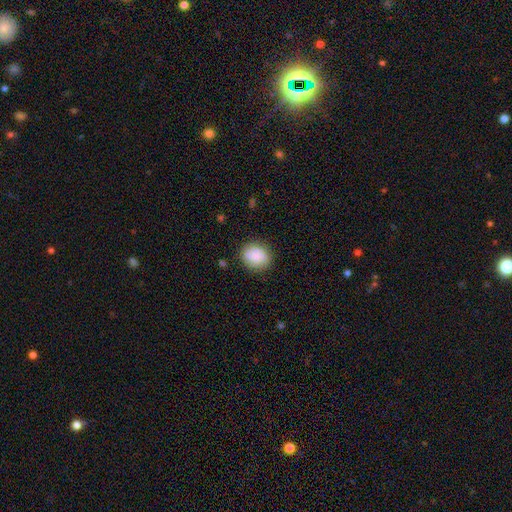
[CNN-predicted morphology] This appears to be a smooth galaxy with no disk features (85%) that is round (58%). Merging: none (81%).